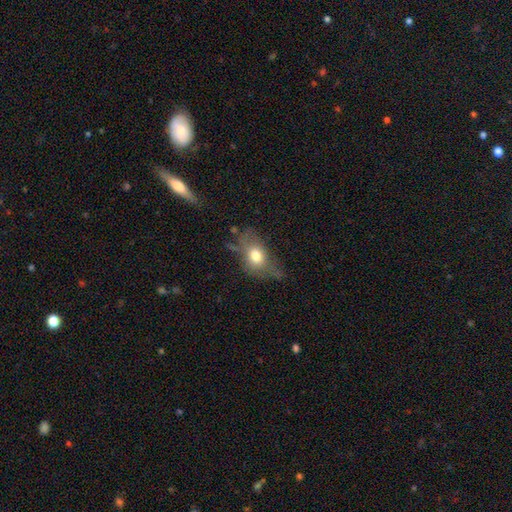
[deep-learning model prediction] The model was most divided on "merging": none: 41%, minor disturbance: 31%, major disturbance: 23%, merger: 6%. More confident: how rounded — in between (73%); smooth or featured — smooth (68%).